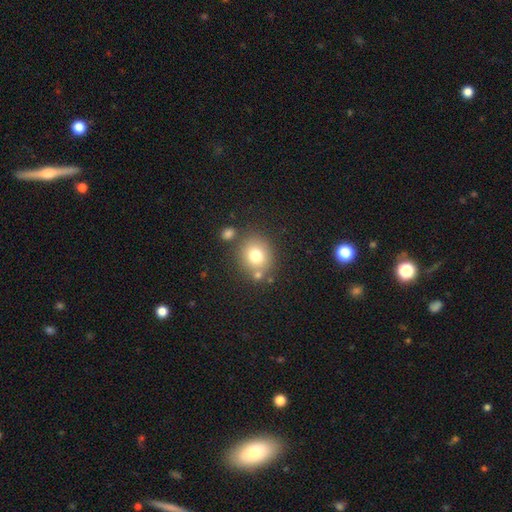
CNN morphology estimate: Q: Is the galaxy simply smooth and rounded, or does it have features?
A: smooth — 75%.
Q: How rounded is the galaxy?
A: round — 81%.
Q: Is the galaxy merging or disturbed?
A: none — 73%.